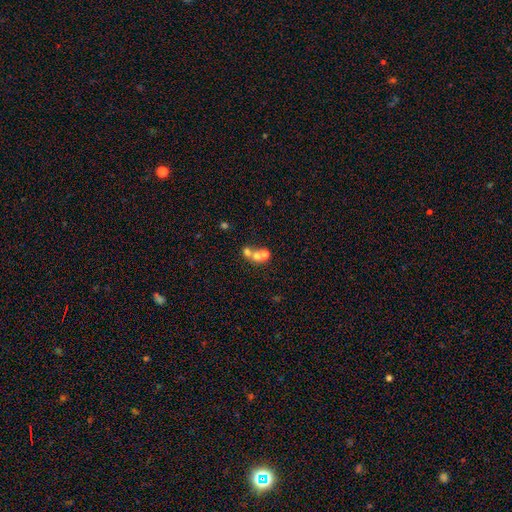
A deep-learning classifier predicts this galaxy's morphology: This is possibly a smooth galaxy (57%). How rounded: likely round (77%). Merging: possibly merger (58%).